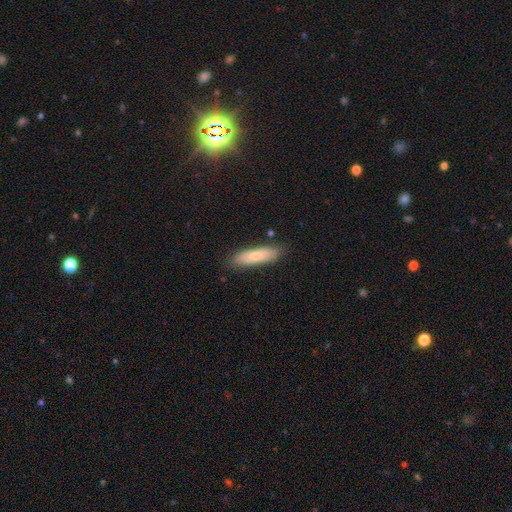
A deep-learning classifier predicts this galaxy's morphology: smooth-or-featured: smooth: 79% | featured or disk: 16% | star or artifact: 6%
  how-rounded: cigar-shaped: 68% | in between: 31% | round: 2%
  merging: none: 83% | minor disturbance: 13% | major disturbance: 2% | merger: 2%